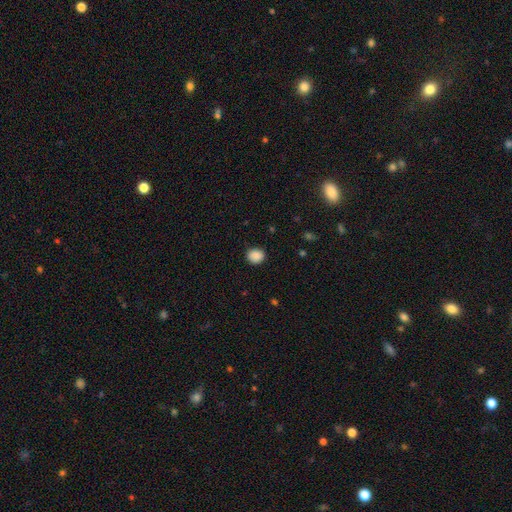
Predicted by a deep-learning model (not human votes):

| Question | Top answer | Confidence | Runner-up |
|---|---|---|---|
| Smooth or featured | smooth | 88% | star or artifact (9%) |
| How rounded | round | 74% | in between (25%) |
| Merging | none | 88% | minor disturbance (9%) |